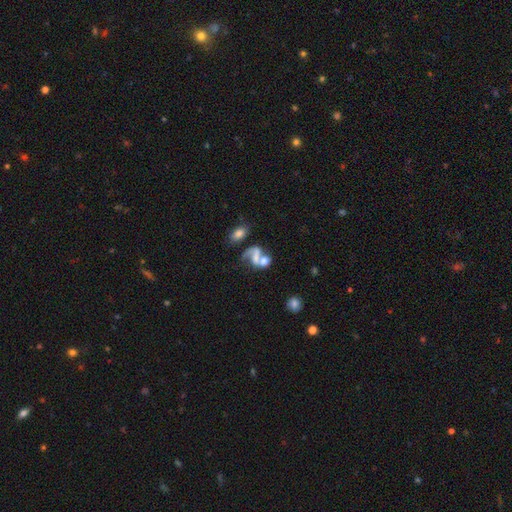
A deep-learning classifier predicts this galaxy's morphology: Smooth or featured: smooth — 45% (featured or disk — 40%)
Merging: merger — 54% (none — 19%)